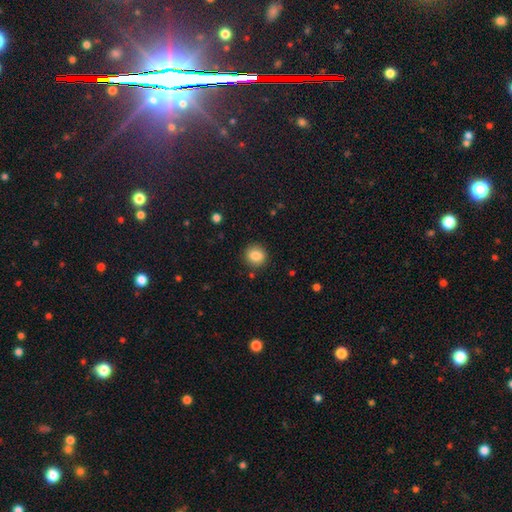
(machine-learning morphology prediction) This appears to be a smooth galaxy with no disk features (86%) that is round (89%). Merging: none (89%).